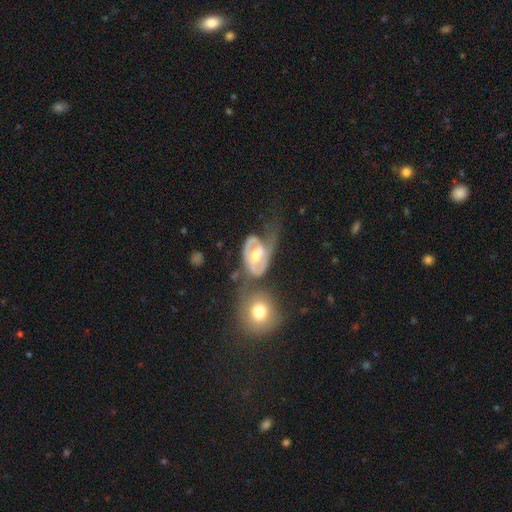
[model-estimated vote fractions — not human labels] Smooth or featured?
  - featured or disk: 78% *
  - smooth: 17%
  - star or artifact: 6%
Edge-on disk?
  - no: 95% *
  - yes: 5%
Bar?
  - no: 39% * (tied)
  - weak: 39% * (tied)
  - strong: 22%
Spiral arms?
  - yes: 75% *
  - no: 25%
Spiral winding?
  - medium: 39% *
  - tight: 36%
  - loose: 25%
Spiral arm count?
  - 2: 63% *
  - 1: 17%
  - can't tell: 15%
  - 3: 2%
  - 4: 1%
  - more than 4: 1%
Bulge size?
  - moderate: 66% *
  - small: 18%
  - large: 12%
  - none: 2%
  - dominant: 2%
Merging?
  - major disturbance: 31% *
  - none: 26%
  - merger: 25%
  - minor disturbance: 18%